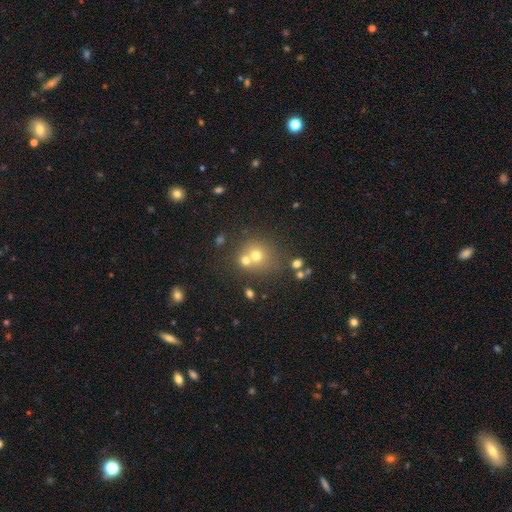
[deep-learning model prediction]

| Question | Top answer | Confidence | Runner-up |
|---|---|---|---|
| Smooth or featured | smooth | 66% | star or artifact (17%) |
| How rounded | round | 84% | in between (15%) |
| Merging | none | 48% | merger (40%) |